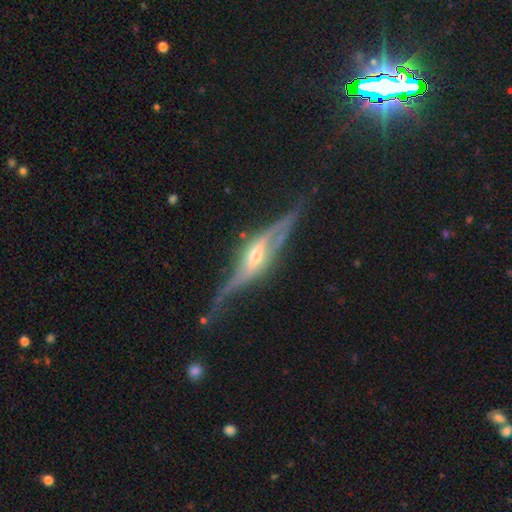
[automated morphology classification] Overall: featured or disk (87%). Edge-on disk: yes (80%). Edge-on bulge: rounded (81%). Merging: none (61%; minor disturbance 23%).